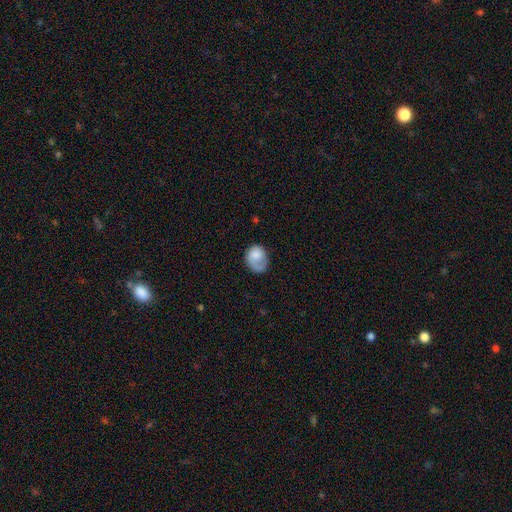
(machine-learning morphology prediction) This appears to be a smooth galaxy with no disk features (70%) that is in between round and cigar-shaped (52%). Merging: none (44%).